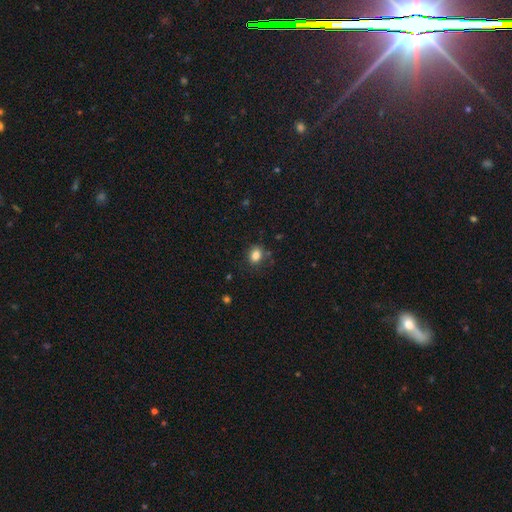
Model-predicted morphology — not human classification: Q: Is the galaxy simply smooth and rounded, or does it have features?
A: smooth — 83%.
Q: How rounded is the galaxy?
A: in between — 54%.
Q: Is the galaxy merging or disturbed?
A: none — 80%.